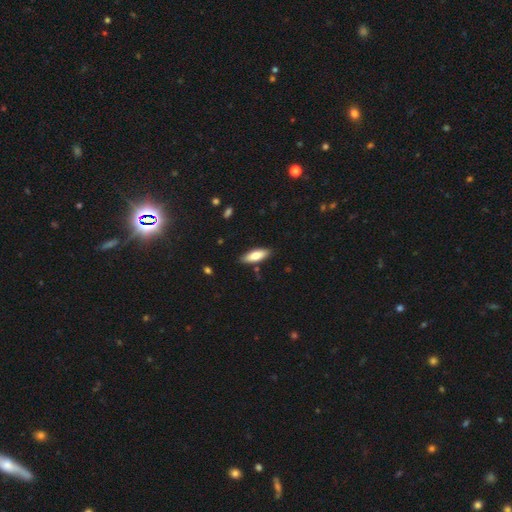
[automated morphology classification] Overall: smooth (77%). How rounded: in between (66%; cigar-shaped 32%). Merging: none (87%).